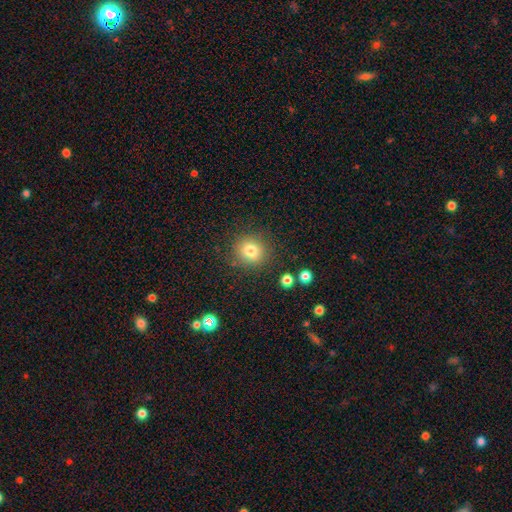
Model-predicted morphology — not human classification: A smooth galaxy with no disk features (67%) that is round (92%). Merging: none (89%).